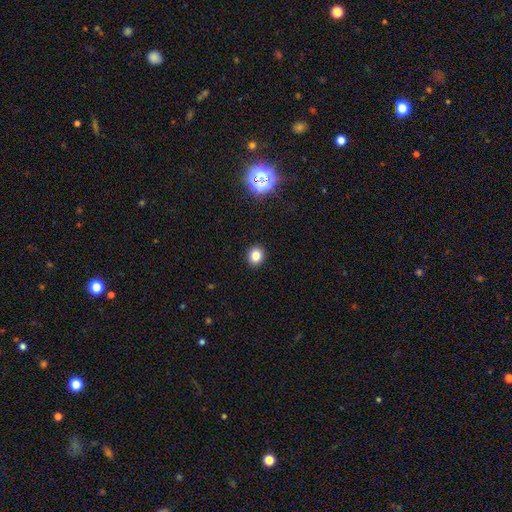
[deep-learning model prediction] Morphology: type=smooth (81%); roundness=round (69%); merging=none (91%).